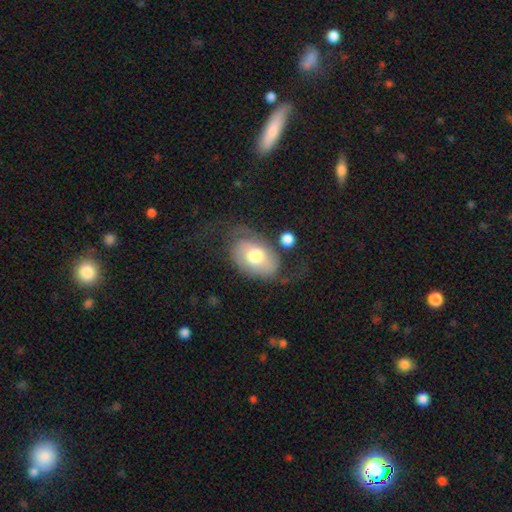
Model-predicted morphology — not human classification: smooth_or_featured: smooth (p=0.47) [alt: featured or disk p=0.46]
merging: none (p=0.45) [alt: major disturbance p=0.25]